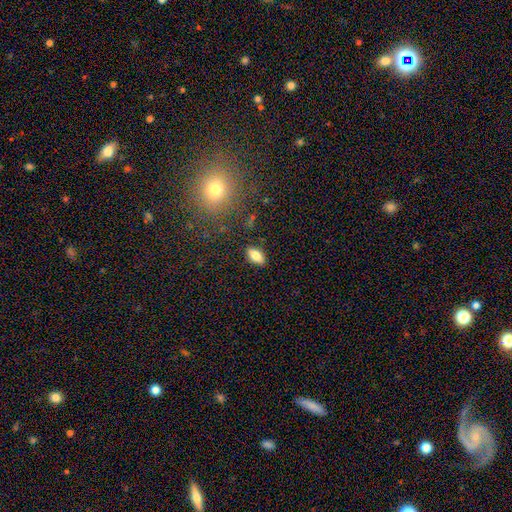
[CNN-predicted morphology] A smooth galaxy with no disk features (77%) that is in between round and cigar-shaped (84%). Merging: none (86%).